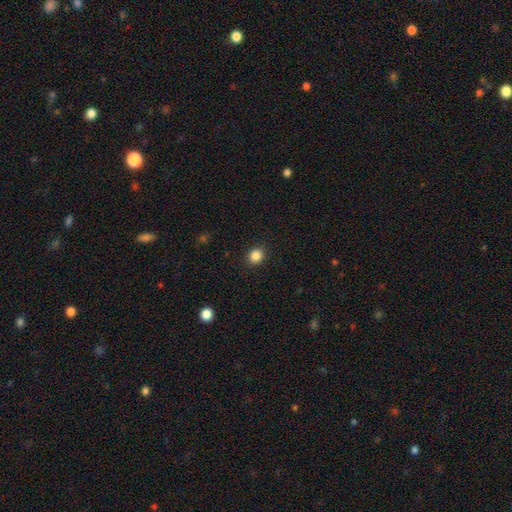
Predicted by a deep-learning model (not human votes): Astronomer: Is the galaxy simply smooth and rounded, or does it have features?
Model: smooth — 86%.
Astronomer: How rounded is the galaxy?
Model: round — 77%.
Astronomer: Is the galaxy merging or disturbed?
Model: none — 91%.